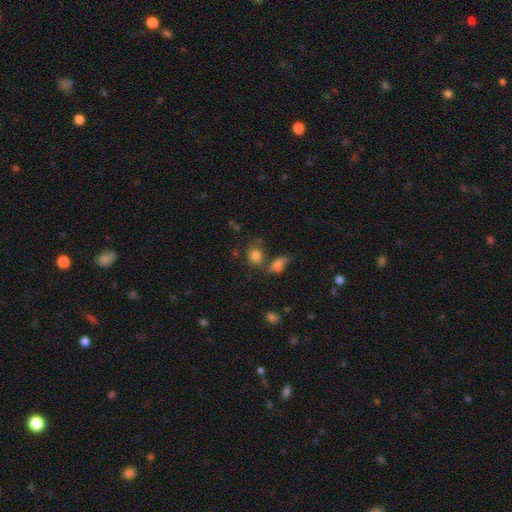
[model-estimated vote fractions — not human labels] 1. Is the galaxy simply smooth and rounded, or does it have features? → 81% smooth, 11% star or artifact, 7% featured or disk.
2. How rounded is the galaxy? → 61% round, 37% in between, 2% cigar-shaped.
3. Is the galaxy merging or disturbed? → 62% none, 19% merger, 14% minor disturbance, 5% major disturbance.